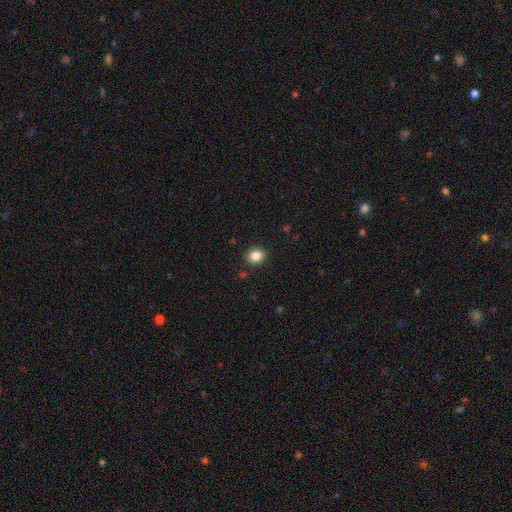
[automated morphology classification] This is clearly a smooth galaxy (84%). How rounded: likely round (70%). Merging: clearly none (89%).